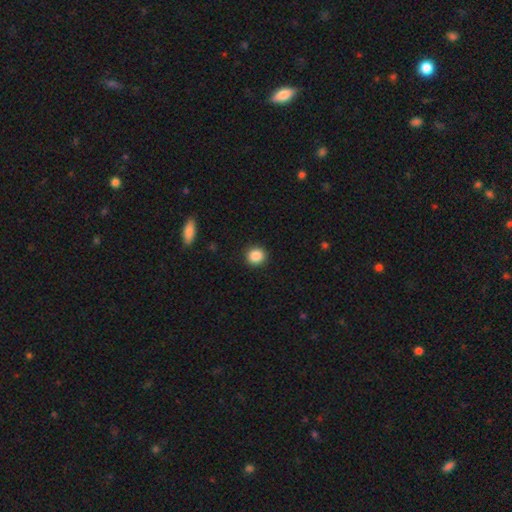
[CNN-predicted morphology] smooth_or_featured: smooth (p=0.88) [alt: star or artifact p=0.09]
how_rounded: round (p=0.87) [alt: in between p=0.12]
merging: none (p=0.91) [alt: minor disturbance p=0.06]